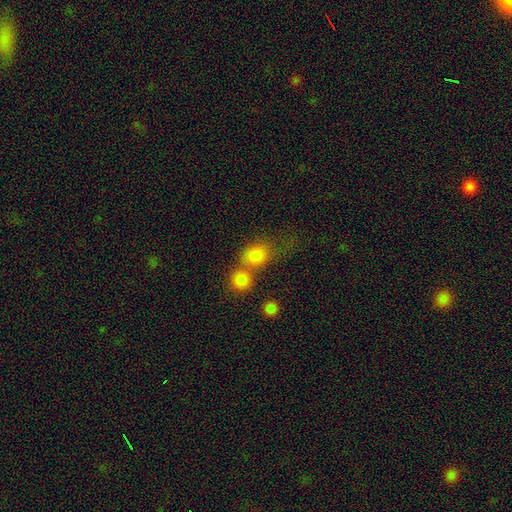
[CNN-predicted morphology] Overall: smooth (81%). How rounded: round (62%; in between 37%). Merging: merger (45%; none 41%).